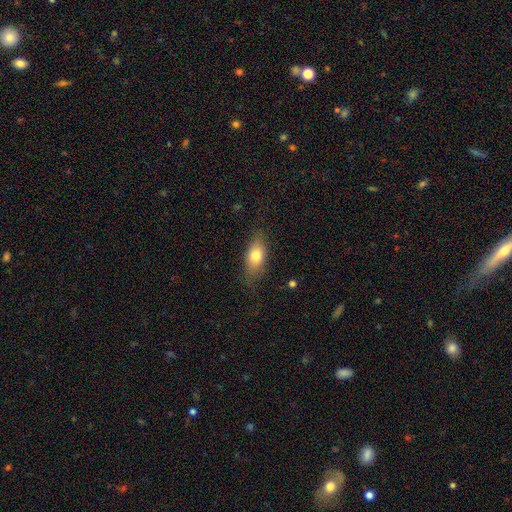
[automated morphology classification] This is likely a smooth galaxy (75%). How rounded: clearly in between (81%). Merging: likely none (76%).